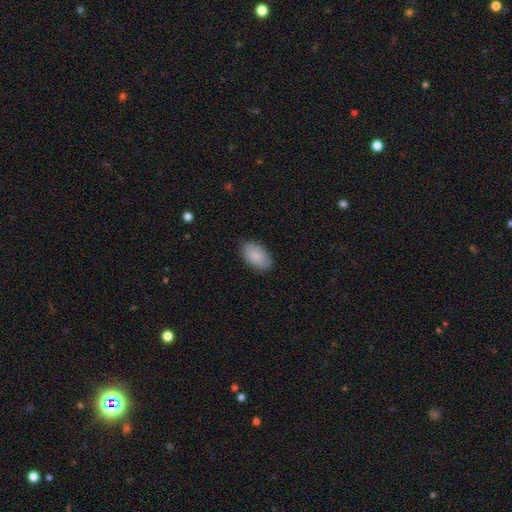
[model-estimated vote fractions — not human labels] Q: Smooth or featured?
A: smooth (86%); runner-up: featured or disk (8%)
Q: How rounded?
A: in between (94%); runner-up: round (4%)
Q: Merging?
A: none (84%); runner-up: minor disturbance (12%)